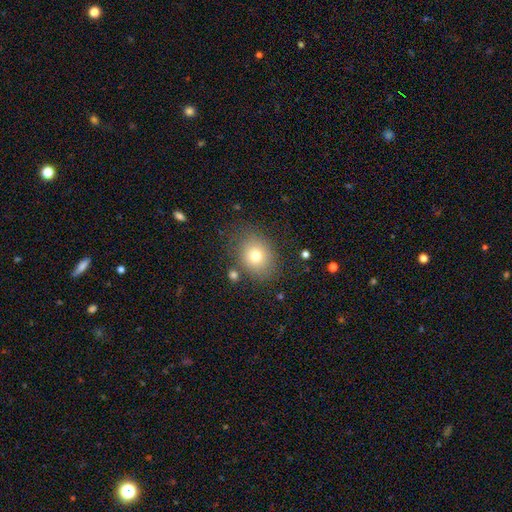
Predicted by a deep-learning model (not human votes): Overall: smooth (75%). How rounded: round (53%; in between 46%). Merging: none (77%).